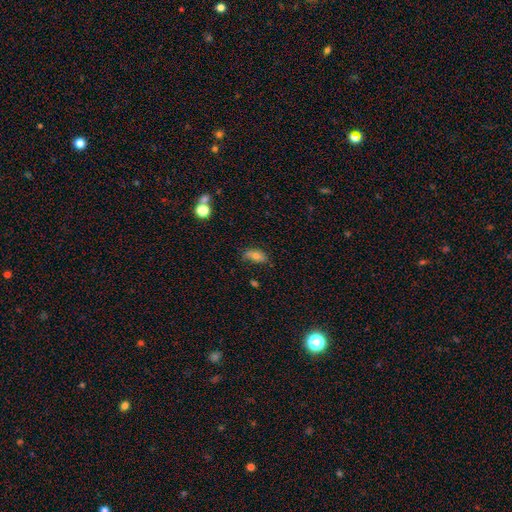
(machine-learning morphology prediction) Smooth or featured? Predicted: smooth (p=0.70). How rounded? Predicted: in between (p=0.85). Merging? Predicted: none (p=0.61).